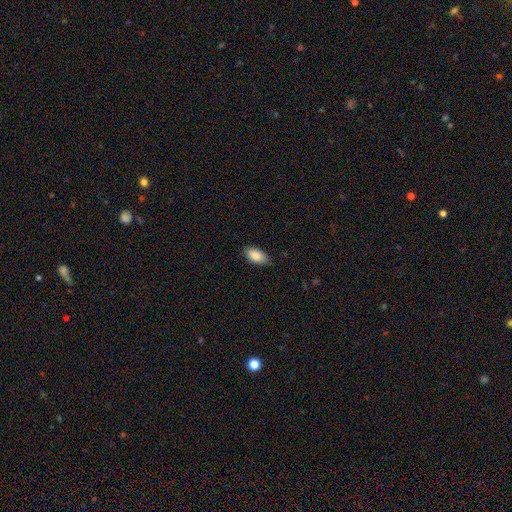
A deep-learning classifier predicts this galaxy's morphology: A smooth galaxy with no disk features (88%) that is in between round and cigar-shaped (93%). Merging: none (80%).